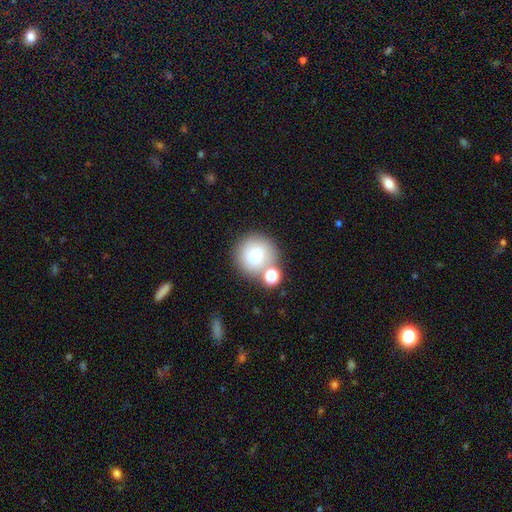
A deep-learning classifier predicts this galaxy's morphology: smooth 80%, star or artifact 10%, featured or disk 10%. Down the decision tree: how rounded — round (90%); merging — none (65%).